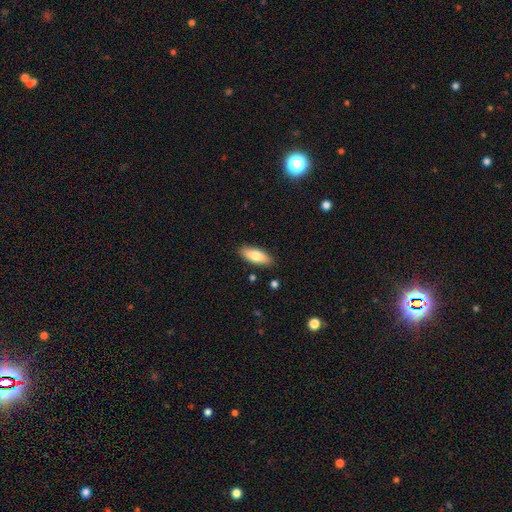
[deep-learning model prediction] This appears to be a smooth galaxy with no disk features (77%) that is in between round and cigar-shaped (79%). Merging: none (86%).